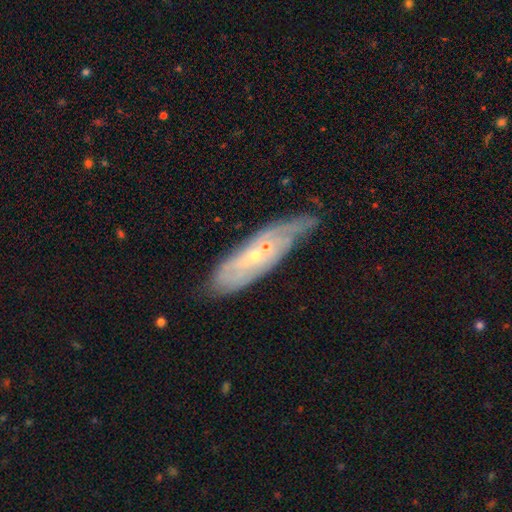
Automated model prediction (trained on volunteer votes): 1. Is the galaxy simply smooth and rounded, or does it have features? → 70% featured or disk, 22% smooth, 8% star or artifact.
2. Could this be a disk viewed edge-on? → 74% no, 26% yes.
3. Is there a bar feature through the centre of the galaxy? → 66% no, 27% weak, 7% strong.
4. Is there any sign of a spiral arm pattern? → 76% yes, 24% no.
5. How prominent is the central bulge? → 73% small, 23% moderate, 2% none, 1% large, 1% dominant.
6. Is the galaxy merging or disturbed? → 59% none, 25% minor disturbance, 8% merger, 8% major disturbance.